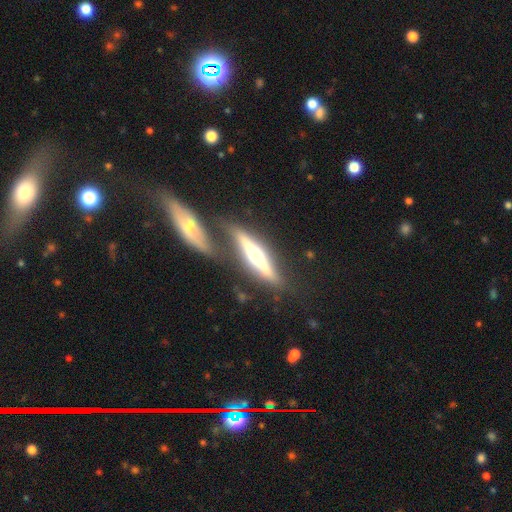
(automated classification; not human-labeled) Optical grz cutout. It shows a featured or disk galaxy (69%) viewed edge-on (93%) with a rounded central bulge (90%). Merging: none (55%).